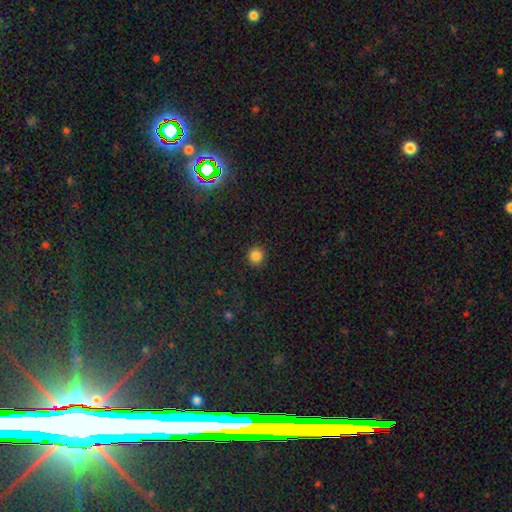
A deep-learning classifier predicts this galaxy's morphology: Smooth or featured?
  - smooth: 84% *
  - star or artifact: 12%
  - featured or disk: 4%
How rounded?
  - round: 94% *
  - in between: 5%
  - cigar-shaped: 1%
Merging?
  - none: 92% *
  - minor disturbance: 5%
  - major disturbance: 2%
  - merger: 1%